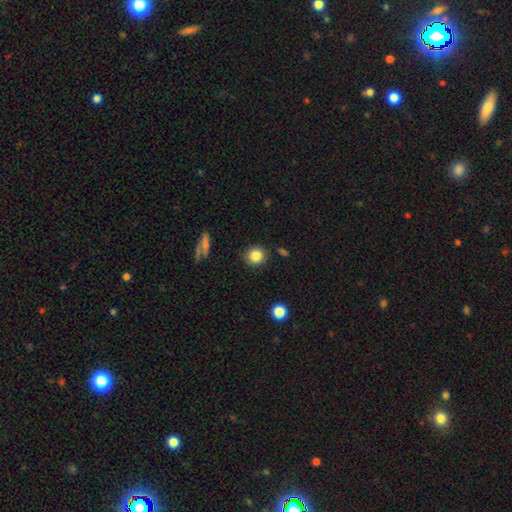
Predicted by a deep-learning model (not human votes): smooth-or-featured: smooth: 85% | star or artifact: 10% | featured or disk: 5%
  how-rounded: round: 90% | in between: 9% | cigar-shaped: 1%
  merging: none: 87% | minor disturbance: 8% | merger: 2% | major disturbance: 2%